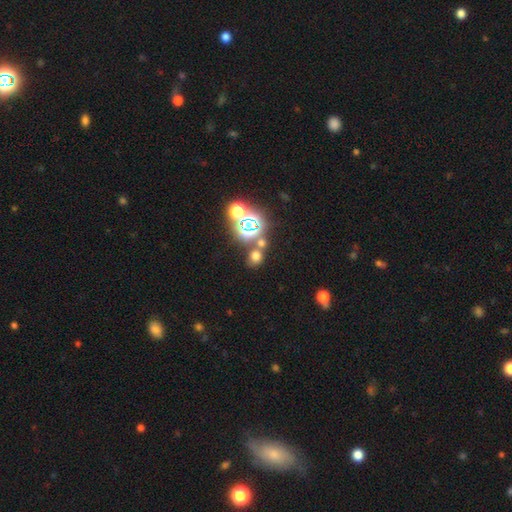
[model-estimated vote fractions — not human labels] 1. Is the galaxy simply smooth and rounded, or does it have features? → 61% smooth, 31% star or artifact, 8% featured or disk.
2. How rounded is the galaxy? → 70% round, 29% in between, 1% cigar-shaped.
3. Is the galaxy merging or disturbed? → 66% none, 20% merger, 9% minor disturbance, 4% major disturbance.